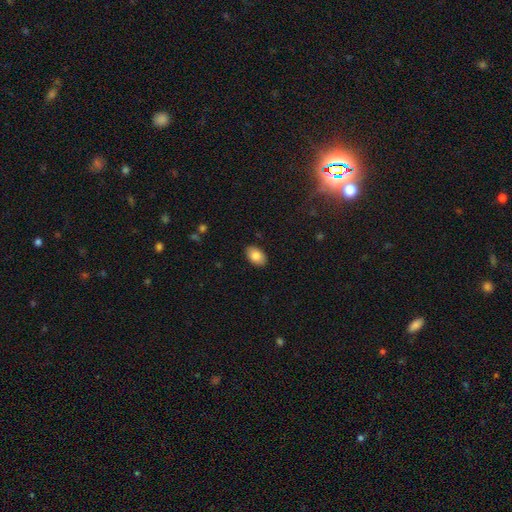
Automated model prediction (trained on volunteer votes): This is clearly a smooth galaxy (84%). How rounded: clearly in between (90%). Merging: clearly none (89%).